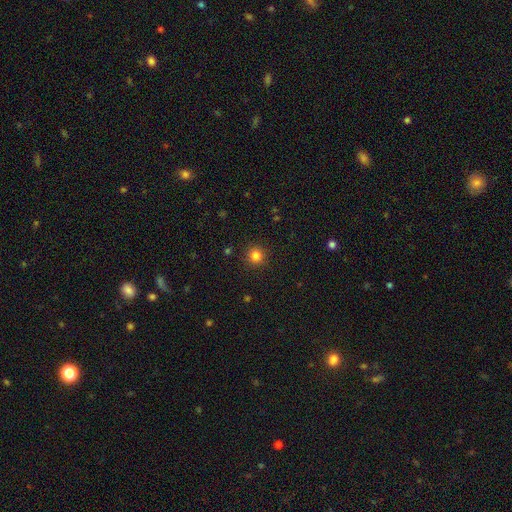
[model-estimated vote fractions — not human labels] Q: Smooth or featured?
A: smooth (83%); runner-up: star or artifact (13%)
Q: How rounded?
A: round (94%); runner-up: in between (5%)
Q: Merging?
A: none (91%); runner-up: minor disturbance (6%)